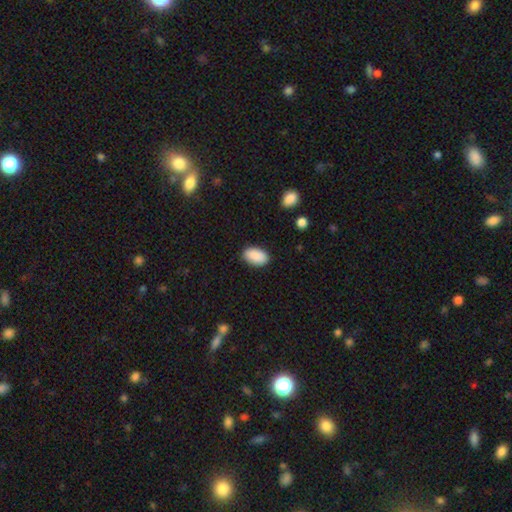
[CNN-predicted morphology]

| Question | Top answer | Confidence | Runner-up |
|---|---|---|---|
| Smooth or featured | smooth | 90% | star or artifact (7%) |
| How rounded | in between | 93% | round (5%) |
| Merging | none | 87% | minor disturbance (10%) |